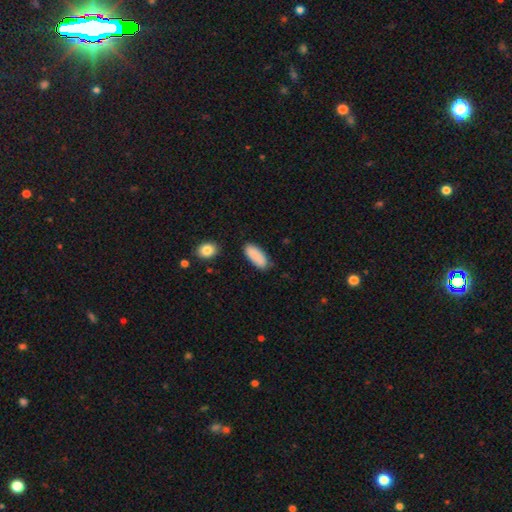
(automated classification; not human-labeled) Overall: smooth (88%). How rounded: in between (84%). Merging: none (78%).